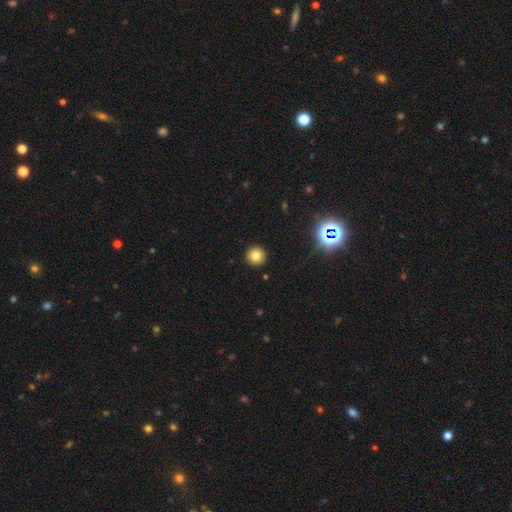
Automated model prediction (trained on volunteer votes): A smooth galaxy with no disk features (78%) that is round (95%). Merging: none (93%).